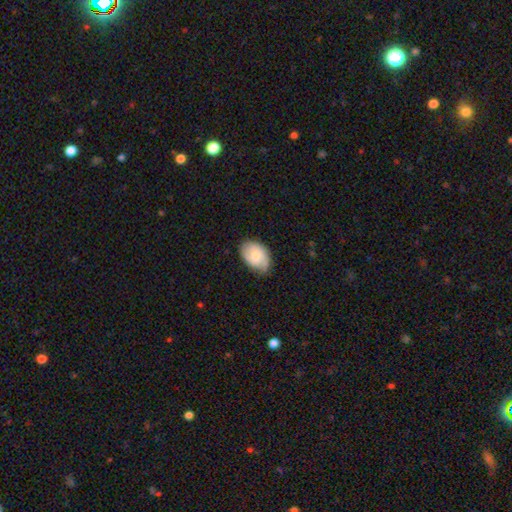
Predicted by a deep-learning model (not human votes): This appears to be a smooth galaxy with no disk features (69%) that is in between round and cigar-shaped (83%). Merging: none (67%).